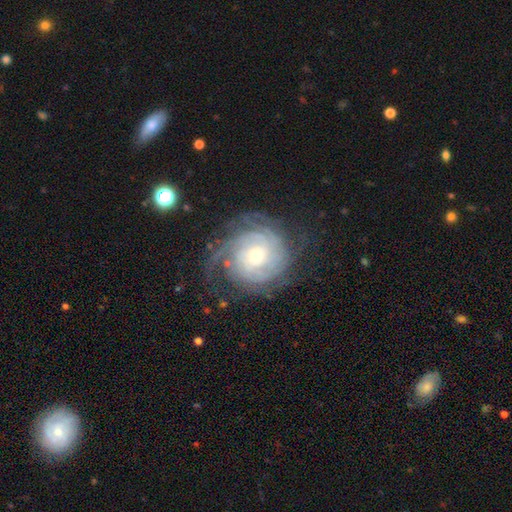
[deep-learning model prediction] Smooth or featured? Predicted: featured or disk (p=0.86). Edge-on disk? Predicted: no (p=0.97). Bar? Predicted: no (p=0.74). Spiral arms? Predicted: yes (p=0.96). Spiral winding? Predicted: tight (p=0.73). Spiral arm count? Predicted: can't tell (p=0.33). Bulge size? Predicted: small (p=0.54). Merging? Predicted: none (p=0.70).